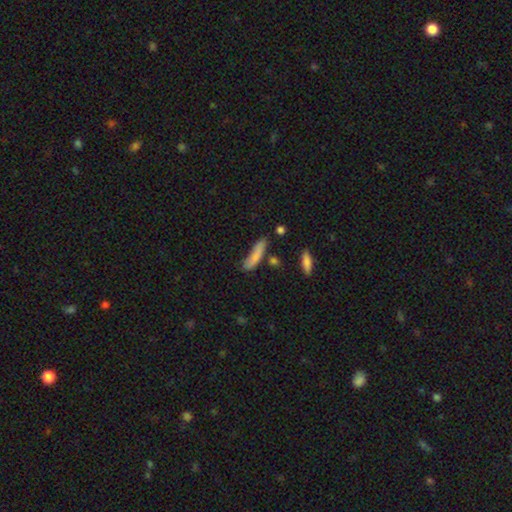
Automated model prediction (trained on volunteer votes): smooth_or_featured: smooth (p=0.79) [alt: featured or disk p=0.14]
how_rounded: cigar-shaped (p=0.75) [alt: in between p=0.23]
merging: none (p=0.56) [alt: minor disturbance p=0.28]